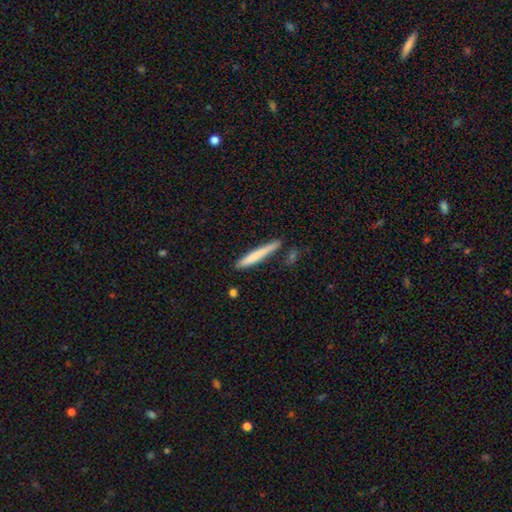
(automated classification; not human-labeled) smooth-or-featured: smooth: 69% | featured or disk: 25% | star or artifact: 5%
  how-rounded: cigar-shaped: 96% | in between: 3% | round: 1%
  merging: none: 81% | minor disturbance: 13% | merger: 4% | major disturbance: 2%